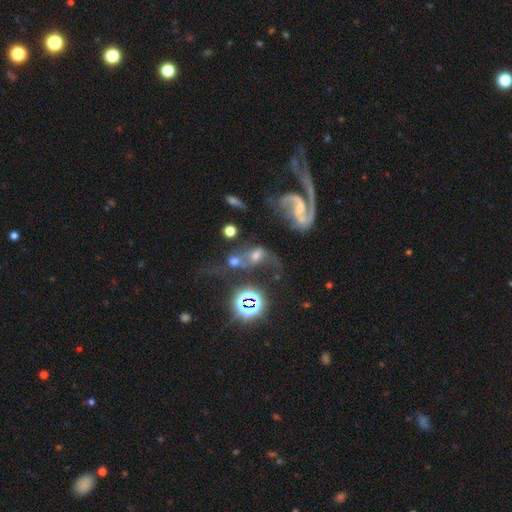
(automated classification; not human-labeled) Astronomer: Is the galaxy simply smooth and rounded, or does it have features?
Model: featured or disk — 42% (runner-up: smooth, 36%).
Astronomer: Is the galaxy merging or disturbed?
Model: merger — 51%.